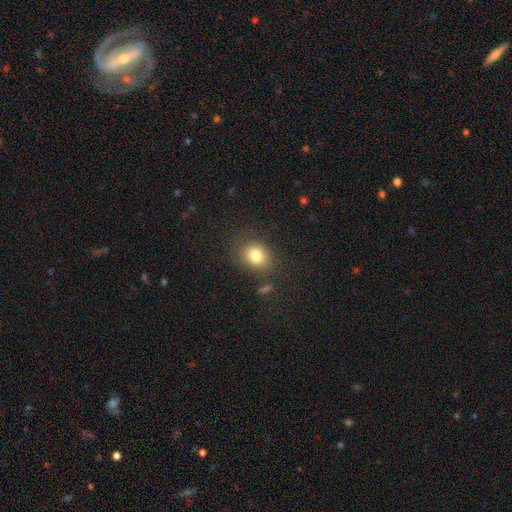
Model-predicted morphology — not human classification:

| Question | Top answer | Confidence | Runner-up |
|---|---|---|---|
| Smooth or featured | smooth | 80% | star or artifact (11%) |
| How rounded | round | 54% | in between (45%) |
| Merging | none | 78% | minor disturbance (14%) |